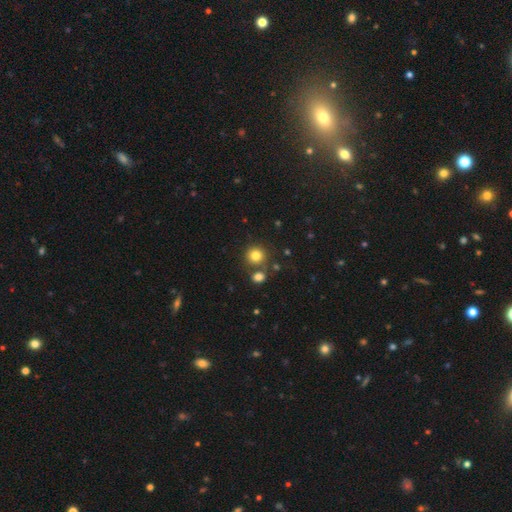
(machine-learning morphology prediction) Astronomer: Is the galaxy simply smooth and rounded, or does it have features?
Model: smooth — 80%.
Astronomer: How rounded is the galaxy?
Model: round — 91%.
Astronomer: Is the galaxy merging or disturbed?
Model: none — 72%.